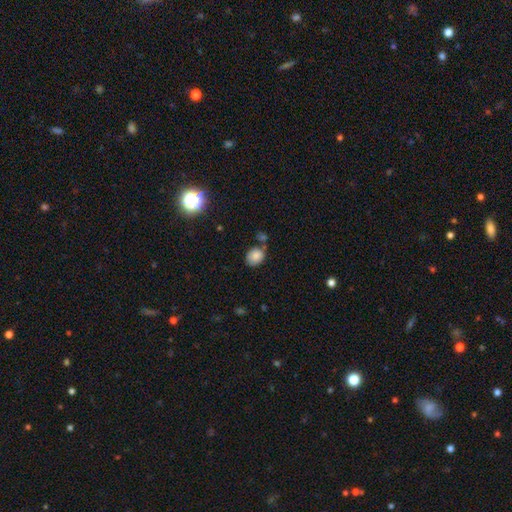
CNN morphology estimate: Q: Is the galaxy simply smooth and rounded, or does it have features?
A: smooth — 84%.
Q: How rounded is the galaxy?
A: round — 60%.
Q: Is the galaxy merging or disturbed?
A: none — 64%.